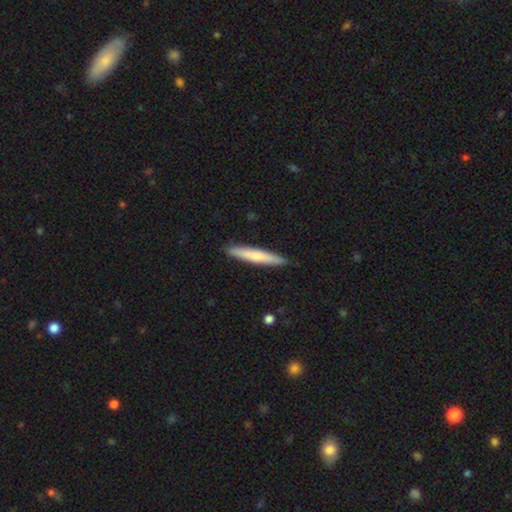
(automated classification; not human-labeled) Morphology: type=smooth (69%); roundness=cigar-shaped (94%); merging=none (89%).